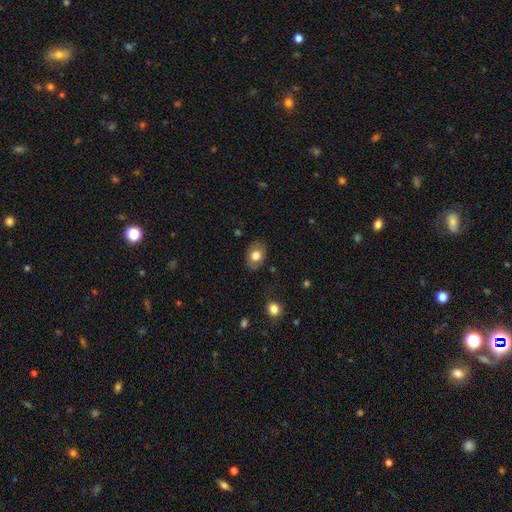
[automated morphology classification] smooth 75%, featured or disk 18%, star or artifact 8%. Down the decision tree: how rounded — in between (76%); merging — none (82%).